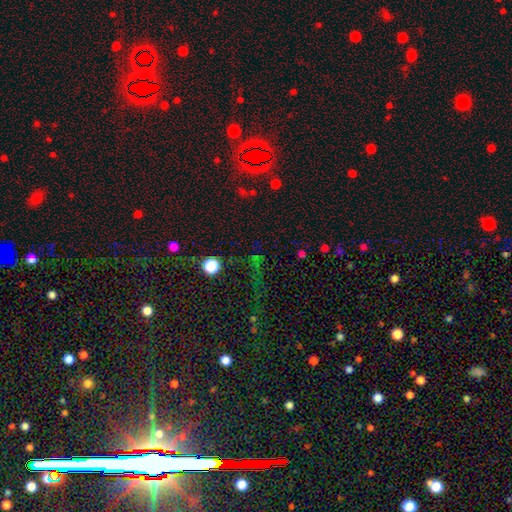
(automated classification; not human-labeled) A star or artifact, not a galaxy (66%).

Vote fractions:
- Smooth or featured? star or artifact: 66% / smooth: 24% / featured or disk: 10%